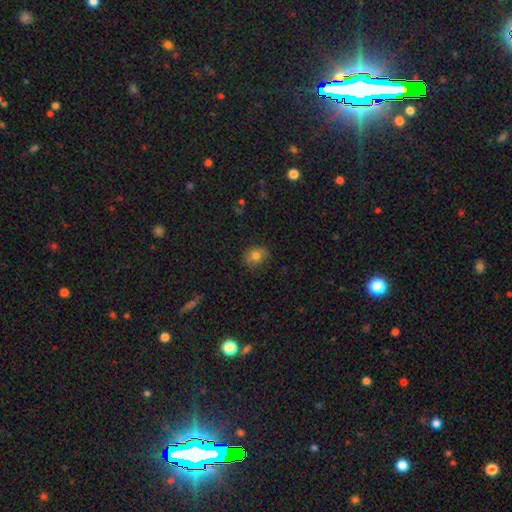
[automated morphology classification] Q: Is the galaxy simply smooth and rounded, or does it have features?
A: smooth — 76%.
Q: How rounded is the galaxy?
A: round — 71%.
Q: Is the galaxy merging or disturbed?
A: none — 77%.